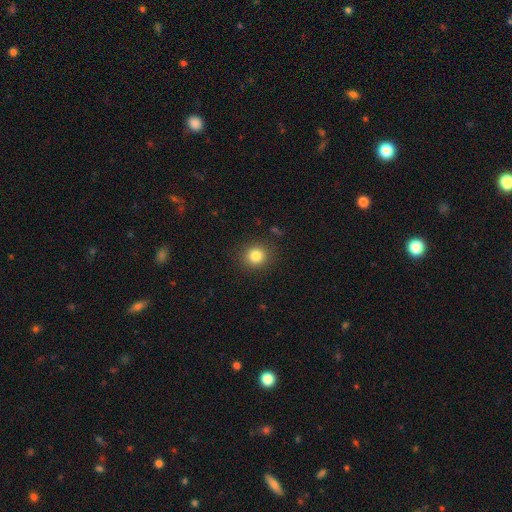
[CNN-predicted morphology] Q: Smooth or featured?
A: smooth (82%); runner-up: star or artifact (11%)
Q: How rounded?
A: round (86%); runner-up: in between (13%)
Q: Merging?
A: none (88%); runner-up: minor disturbance (7%)